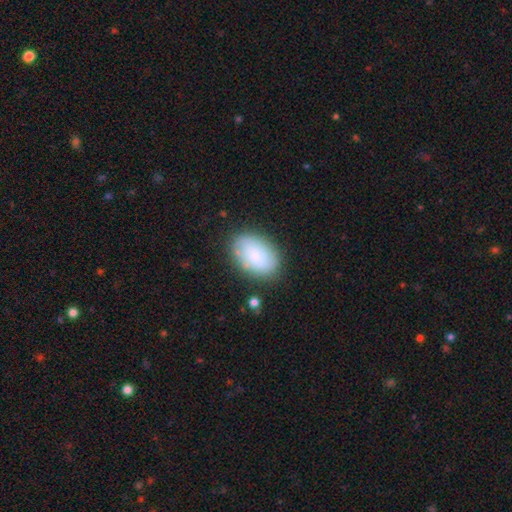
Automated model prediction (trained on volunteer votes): The model was most divided on "merging": none: 78%, minor disturbance: 15%, major disturbance: 5%, merger: 3%. More confident: how rounded — in between (89%); smooth or featured — smooth (82%).